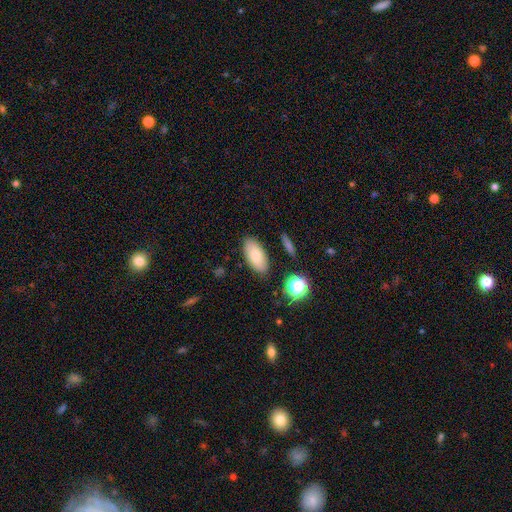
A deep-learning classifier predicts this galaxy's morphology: smooth-or-featured: smooth: 81% | featured or disk: 11% | star or artifact: 8%
  how-rounded: in between: 91% | cigar-shaped: 5% | round: 3%
  merging: none: 83% | minor disturbance: 11% | major disturbance: 3% | merger: 3%